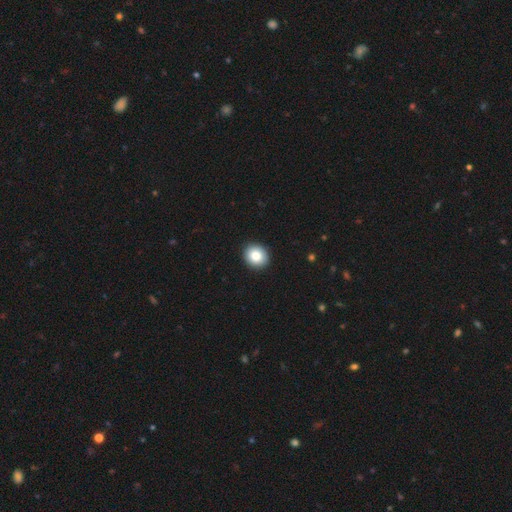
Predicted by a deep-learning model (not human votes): Morphology: type=smooth (83%); roundness=round (74%); merging=none (92%).